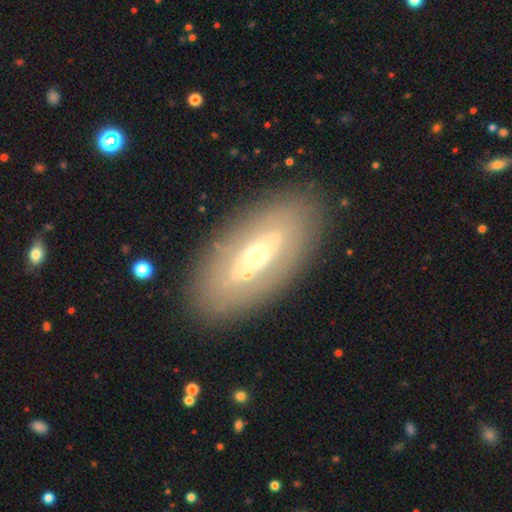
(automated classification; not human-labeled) This is possibly a featured or disk galaxy (57%). It is likely not viewed edge-on (78%). Merging: clearly none (82%).